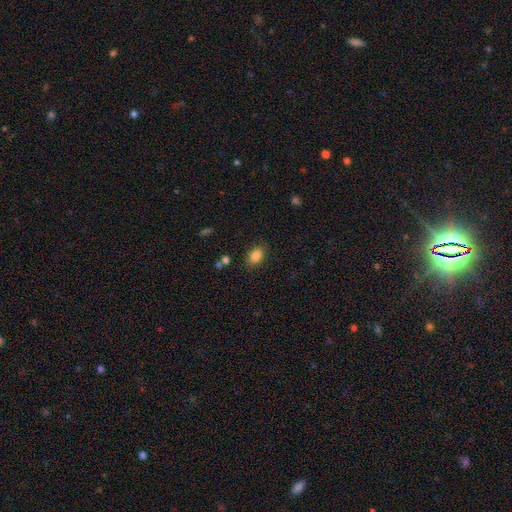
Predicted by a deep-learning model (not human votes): Q: Smooth or featured?
A: smooth (85%); runner-up: star or artifact (9%)
Q: How rounded?
A: in between (81%); runner-up: round (18%)
Q: Merging?
A: none (84%); runner-up: minor disturbance (11%)